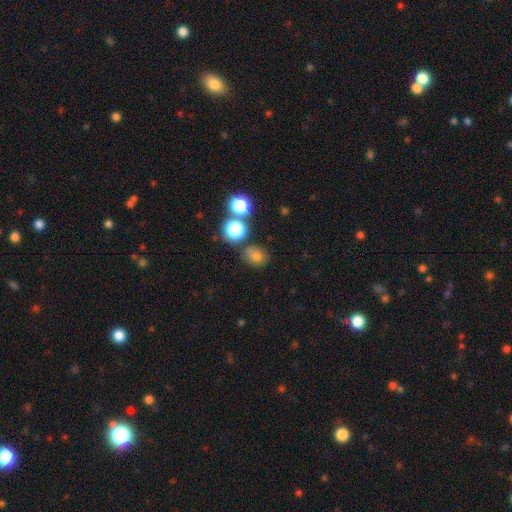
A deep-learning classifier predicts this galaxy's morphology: type=smooth (69%); roundness=round (65%); merging=none (70%).